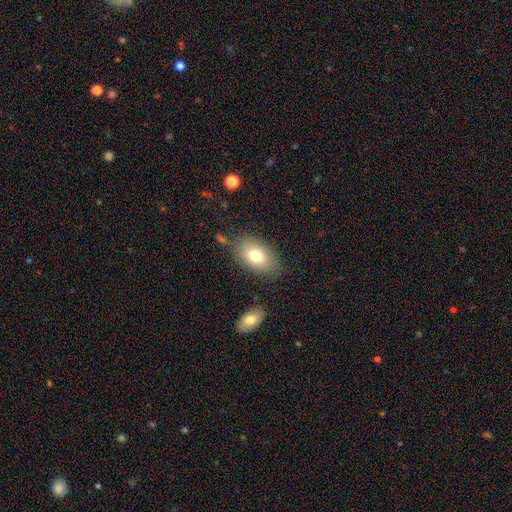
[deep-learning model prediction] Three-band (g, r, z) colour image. It shows a smooth galaxy with no disk features (77%) that is in between round and cigar-shaped (90%). Merging: none (78%).